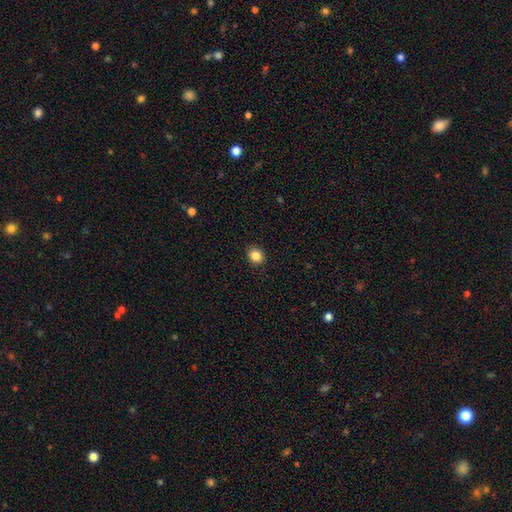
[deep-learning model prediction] The model was most divided on "how rounded": round: 68%, in between: 32%, cigar-shaped: 1%. More confident: merging — none (87%); smooth or featured — smooth (85%).